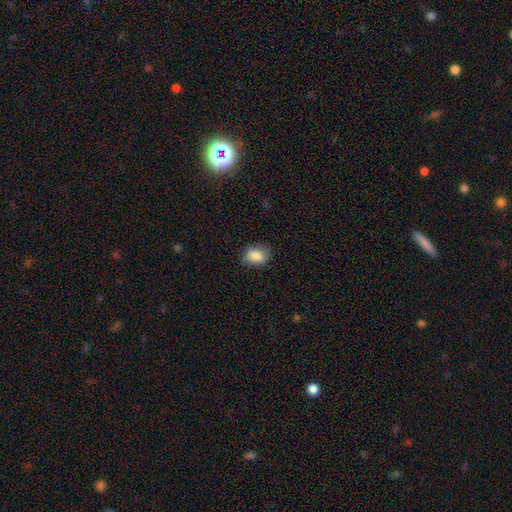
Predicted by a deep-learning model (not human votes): Smooth or featured: smooth — 87% (star or artifact — 8%)
How rounded: in between — 67% (round — 31%)
Merging: none — 77% (minor disturbance — 17%)